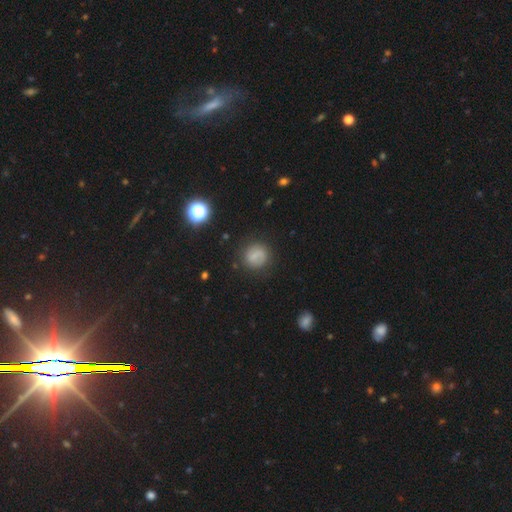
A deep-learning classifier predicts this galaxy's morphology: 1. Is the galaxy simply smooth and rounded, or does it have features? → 67% smooth, 21% featured or disk, 12% star or artifact.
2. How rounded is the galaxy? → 84% round, 14% in between, 1% cigar-shaped.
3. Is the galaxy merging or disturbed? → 78% none, 14% minor disturbance, 6% major disturbance, 2% merger.